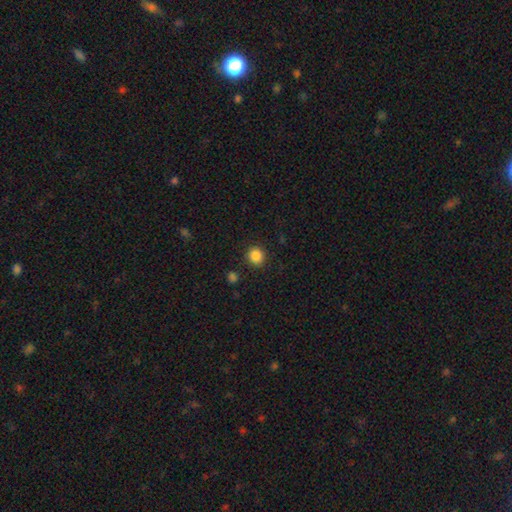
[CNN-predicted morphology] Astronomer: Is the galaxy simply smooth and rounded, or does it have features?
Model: smooth — 86%.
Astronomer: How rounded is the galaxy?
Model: round — 88%.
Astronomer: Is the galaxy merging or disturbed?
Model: none — 89%.